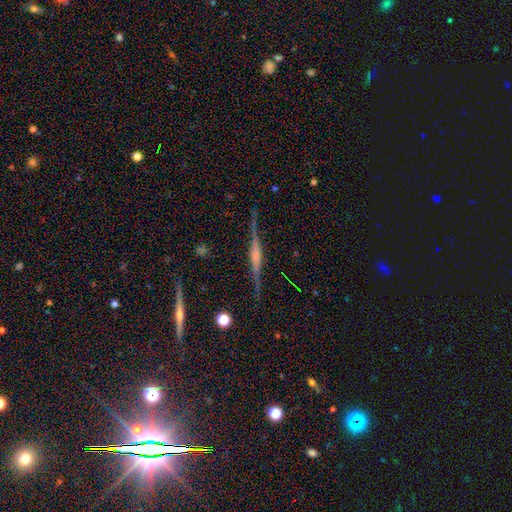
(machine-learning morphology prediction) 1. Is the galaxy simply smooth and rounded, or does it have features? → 83% featured or disk, 10% smooth, 7% star or artifact.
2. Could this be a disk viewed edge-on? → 98% yes, 2% no.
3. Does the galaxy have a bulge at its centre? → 52% rounded, 35% boxy, 13% none.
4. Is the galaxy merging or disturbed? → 86% none, 10% minor disturbance, 2% major disturbance, 2% merger.